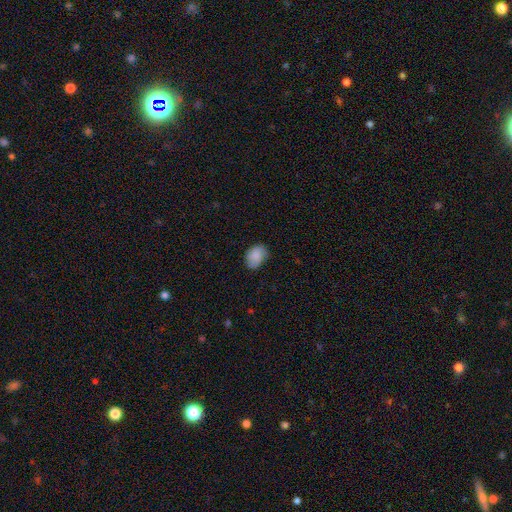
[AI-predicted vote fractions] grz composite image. It shows a smooth galaxy with no disk features (81%) that is in between round and cigar-shaped (77%). Merging: none (69%).